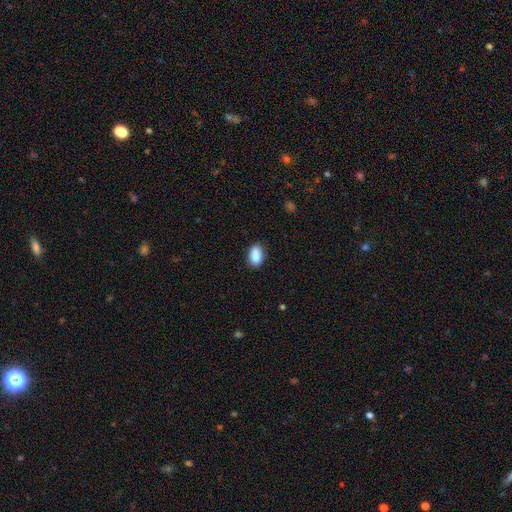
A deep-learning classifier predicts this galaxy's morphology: This is clearly a smooth galaxy (87%). How rounded: clearly in between (89%). Merging: likely none (74%).